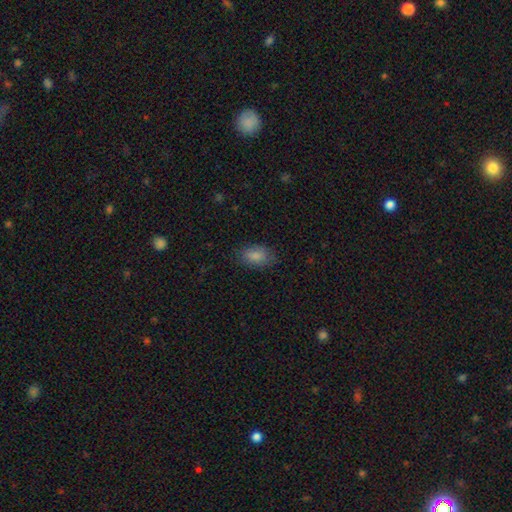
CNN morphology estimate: smooth 86%, star or artifact 8%, featured or disk 6%. Down the decision tree: how rounded — in between (88%); merging — none (80%).